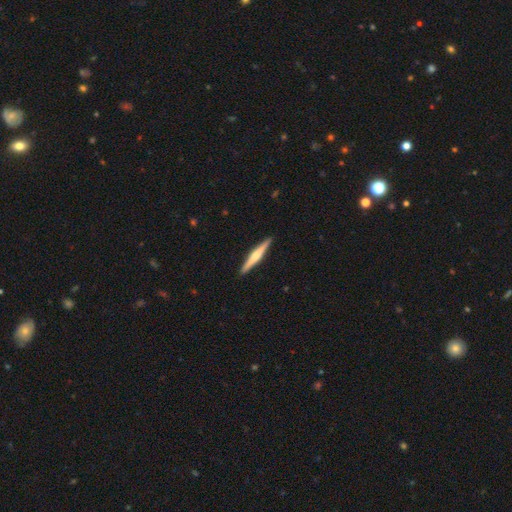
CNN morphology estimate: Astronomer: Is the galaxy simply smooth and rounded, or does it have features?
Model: featured or disk — 61%.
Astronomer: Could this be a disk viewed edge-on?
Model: yes — 98%.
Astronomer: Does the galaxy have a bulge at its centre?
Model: rounded — 73%.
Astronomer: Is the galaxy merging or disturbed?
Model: none — 92%.